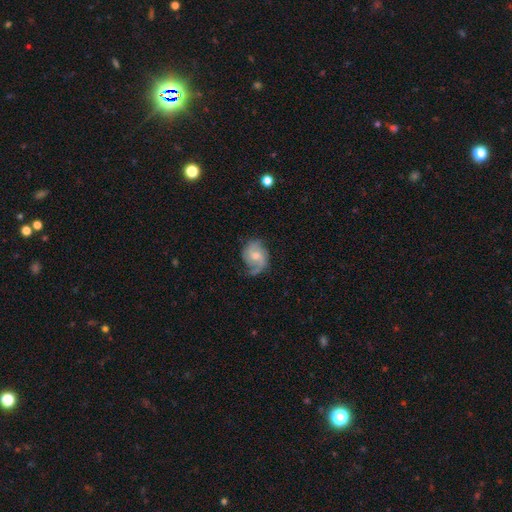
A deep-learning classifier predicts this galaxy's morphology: This is likely a featured or disk galaxy (74%). It is clearly not viewed edge-on (98%). Bar: possibly no (56%). Spiral arm pattern: clearly yes (93%). Spiral arm count: likely 2 (64%). Spiral winding: possibly medium (46%). Central bulge: possibly moderate (57%). Merging: possibly none (58%).